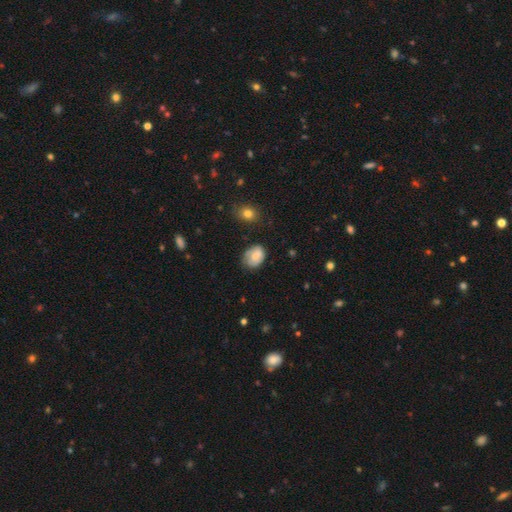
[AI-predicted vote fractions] smooth-or-featured: smooth: 66% | featured or disk: 26% | star or artifact: 8%
  how-rounded: in between: 68% | round: 31% | cigar-shaped: 1%
  merging: none: 56% | minor disturbance: 32% | major disturbance: 10% | merger: 2%